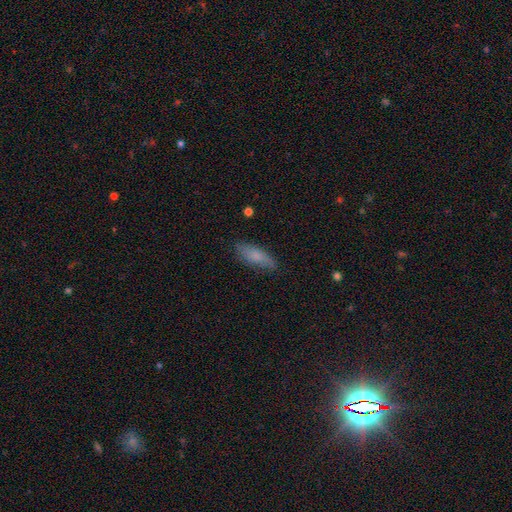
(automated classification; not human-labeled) Smooth or featured?
  - smooth: 75% *
  - featured or disk: 18%
  - star or artifact: 7%
How rounded?
  - in between: 56% *
  - cigar-shaped: 42%
  - round: 2%
Merging?
  - none: 78% *
  - minor disturbance: 17%
  - major disturbance: 3%
  - merger: 1%